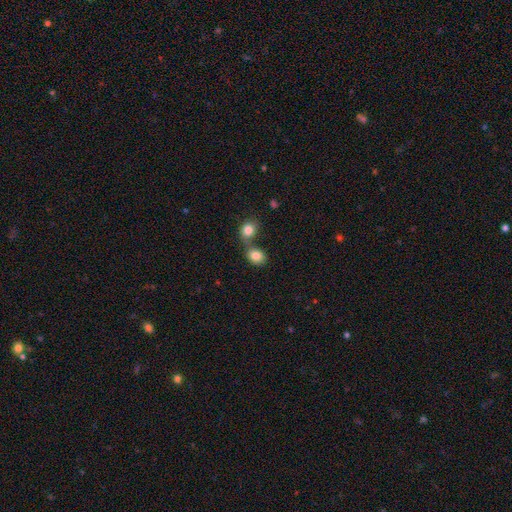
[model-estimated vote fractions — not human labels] Smooth or featured: smooth — 83% (star or artifact — 9%)
How rounded: round — 53% (in between — 46%)
Merging: merger — 46% (none — 42%)